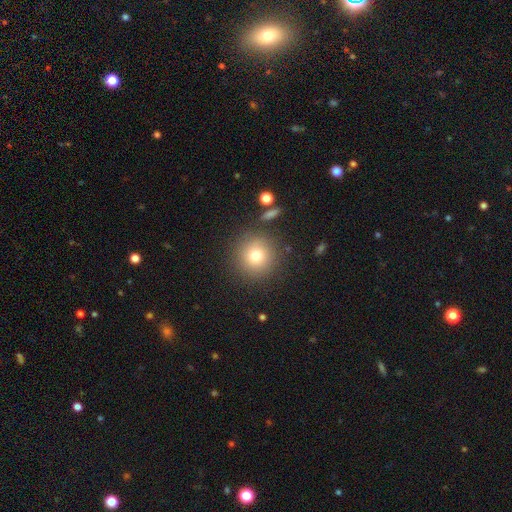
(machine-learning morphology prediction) Q: Smooth or featured?
A: smooth (77%); runner-up: star or artifact (12%)
Q: How rounded?
A: round (93%); runner-up: in between (6%)
Q: Merging?
A: none (85%); runner-up: minor disturbance (8%)